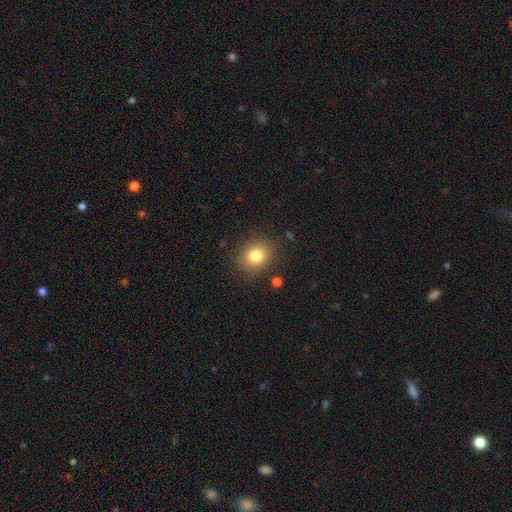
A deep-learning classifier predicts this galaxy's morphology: This is likely a smooth galaxy (80%). How rounded: likely round (67%). Merging: clearly none (85%).